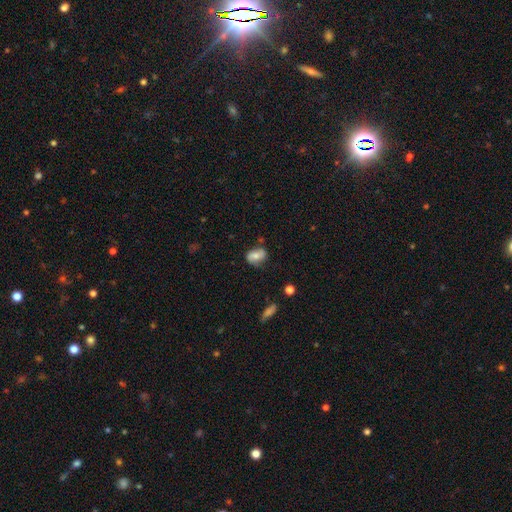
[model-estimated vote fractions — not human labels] A smooth galaxy with no disk features (60%) that is in between round and cigar-shaped (74%).

Vote fractions:
- Smooth or featured? smooth: 60% / featured or disk: 31% / star or artifact: 9%
- How rounded? in between: 74% / round: 24% / cigar-shaped: 2%
- Merging? none: 65% / minor disturbance: 24% / major disturbance: 6% / merger: 4%